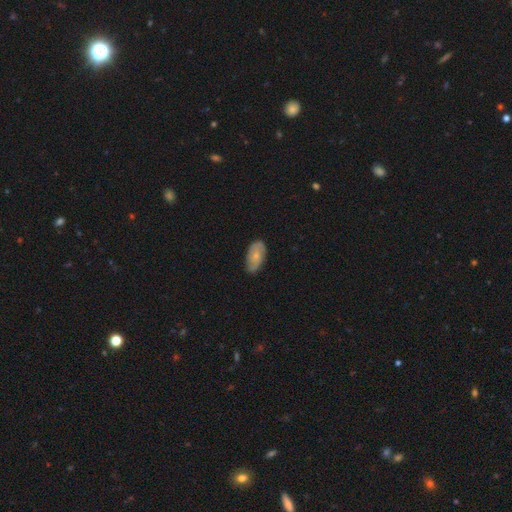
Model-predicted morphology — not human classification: Overall: smooth (55%; featured or disk 39%). How rounded: in between (93%). Merging: none (77%).